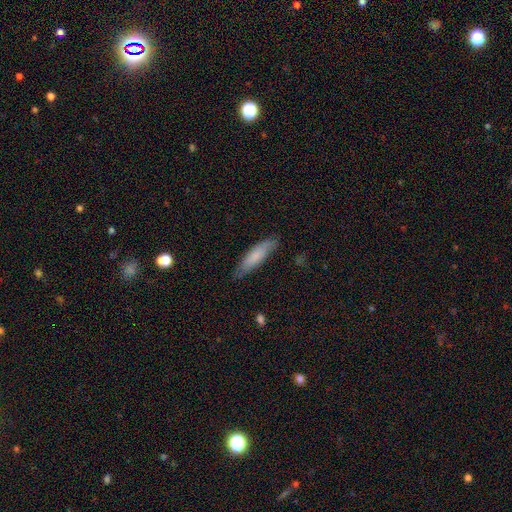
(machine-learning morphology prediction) Q: Smooth or featured?
A: smooth (74%); runner-up: featured or disk (20%)
Q: How rounded?
A: cigar-shaped (72%); runner-up: in between (27%)
Q: Merging?
A: none (79%); runner-up: minor disturbance (17%)